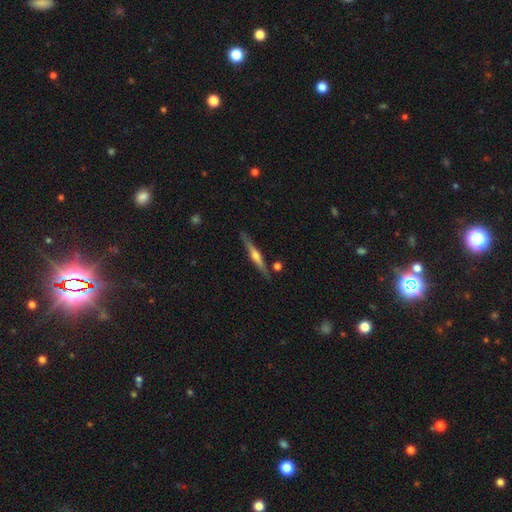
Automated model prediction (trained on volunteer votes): This is likely a featured or disk galaxy (72%). It is clearly viewed edge-on (98%). Edge-on bulge: clearly rounded (86%). Merging: clearly none (86%).